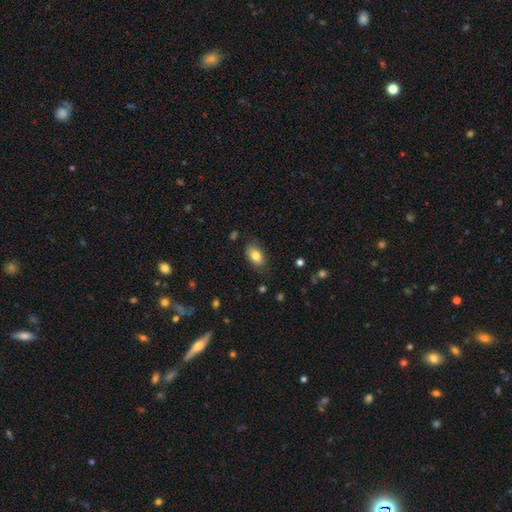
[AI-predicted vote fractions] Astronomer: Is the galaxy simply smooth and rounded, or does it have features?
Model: smooth — 80%.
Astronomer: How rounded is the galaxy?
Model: in between — 90%.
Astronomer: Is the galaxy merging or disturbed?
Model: none — 79%.